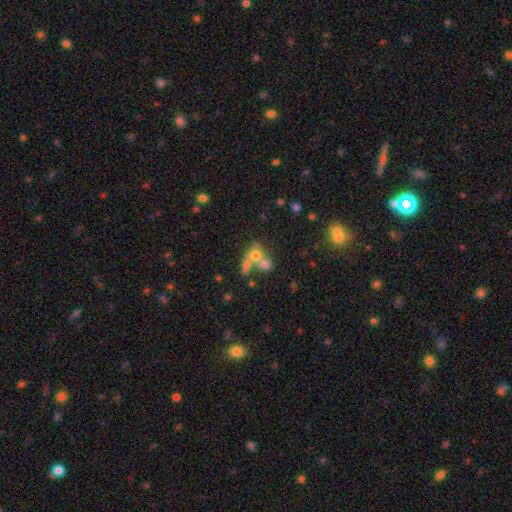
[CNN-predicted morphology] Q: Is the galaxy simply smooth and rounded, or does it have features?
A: smooth — 60%.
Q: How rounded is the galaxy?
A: round — 61%.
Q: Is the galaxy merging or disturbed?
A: merger — 64%.